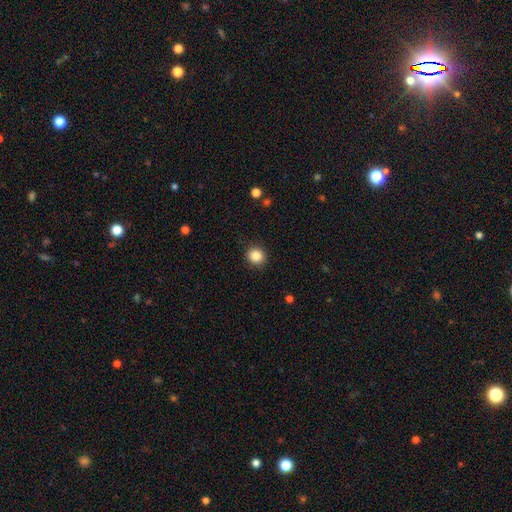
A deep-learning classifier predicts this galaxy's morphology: Smooth or featured? smooth (86%)
How rounded? round (87%)
Merging? none (90%)